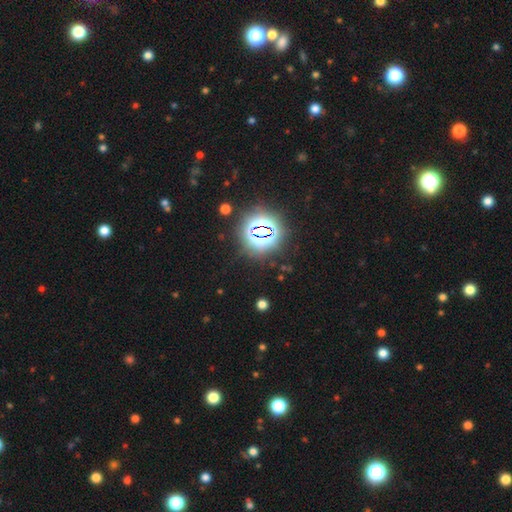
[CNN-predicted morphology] Smooth or featured: star or artifact — 75% (smooth — 18%)